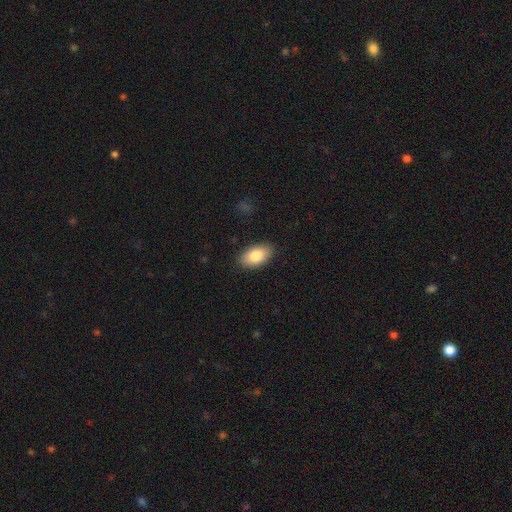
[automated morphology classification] A smooth galaxy with no disk features (85%) that is in between round and cigar-shaped (94%). Merging: none (87%).